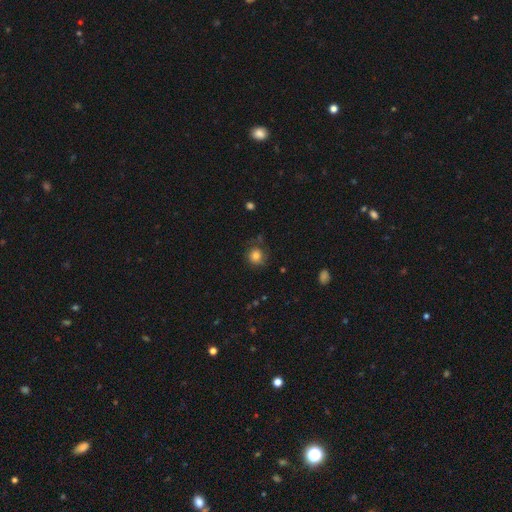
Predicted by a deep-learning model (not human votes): smooth 78%, featured or disk 11%, star or artifact 11%. Down the decision tree: how rounded — round (86%); merging — none (68%).